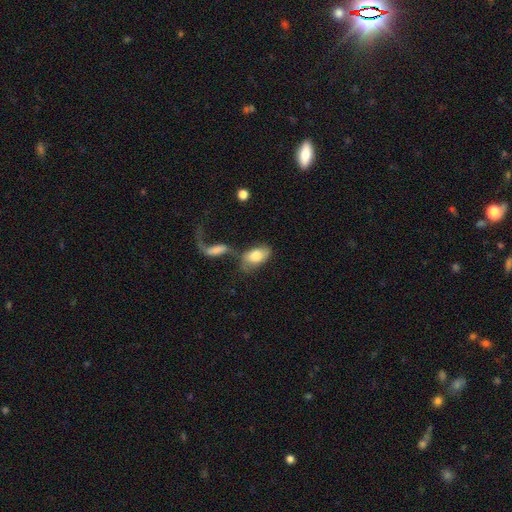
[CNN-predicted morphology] Q: Smooth or featured?
A: smooth (70%); runner-up: featured or disk (24%)
Q: How rounded?
A: in between (92%); runner-up: round (6%)
Q: Merging?
A: merger (39%); runner-up: none (29%)